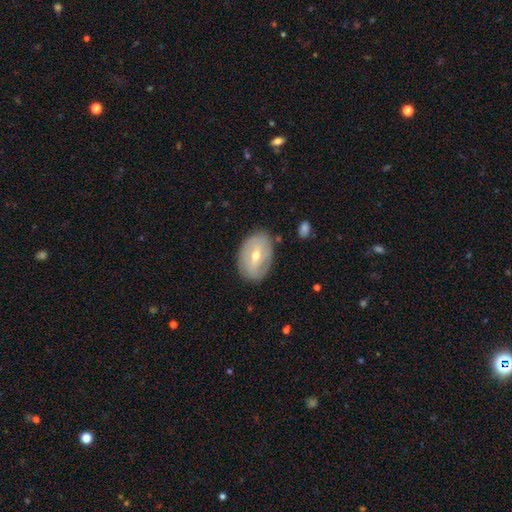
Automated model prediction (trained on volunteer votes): Smooth or featured? Predicted: featured or disk (p=0.61). Edge-on disk? Predicted: no (p=0.92). Bar? Predicted: weak (p=0.45). Spiral arms? Predicted: no (p=0.55). Bulge size? Predicted: moderate (p=0.57). Merging? Predicted: none (p=0.81).